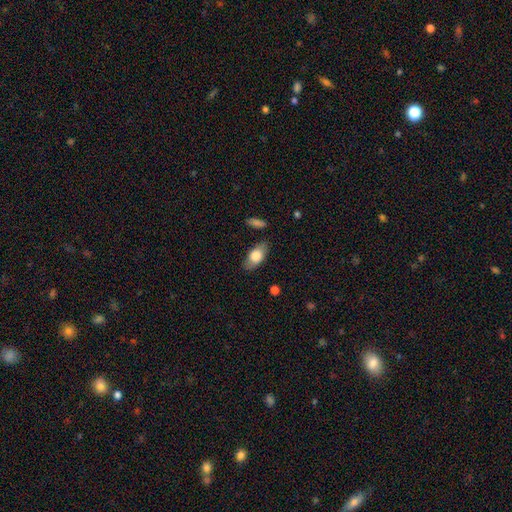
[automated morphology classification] A smooth galaxy with no disk features (74%) that is in between round and cigar-shaped (88%). Merging: none (80%).